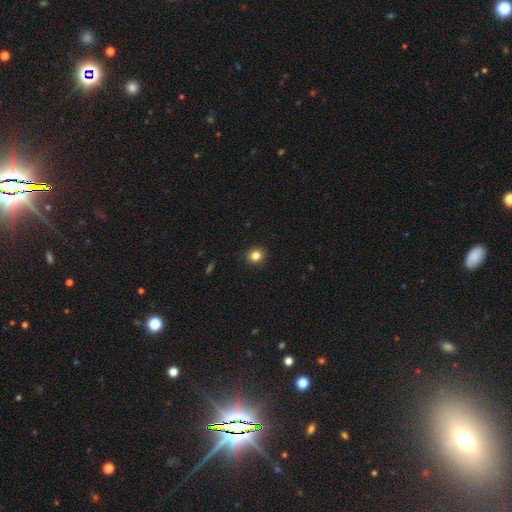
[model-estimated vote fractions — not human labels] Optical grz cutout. It shows a smooth galaxy with no disk features (83%) that is round (89%). Merging: none (92%).